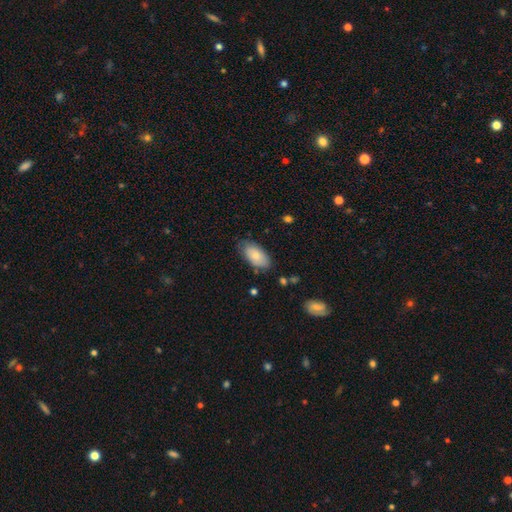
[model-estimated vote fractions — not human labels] Overall: smooth (80%). How rounded: in between (94%). Merging: none (74%).